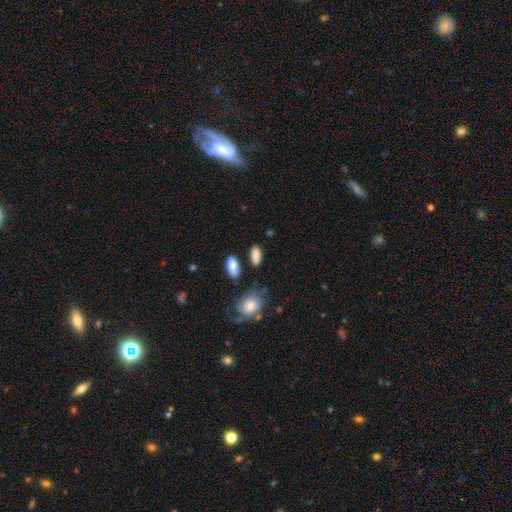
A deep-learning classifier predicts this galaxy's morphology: This is clearly a smooth galaxy (85%). How rounded: clearly in between (82%). Merging: likely none (75%).